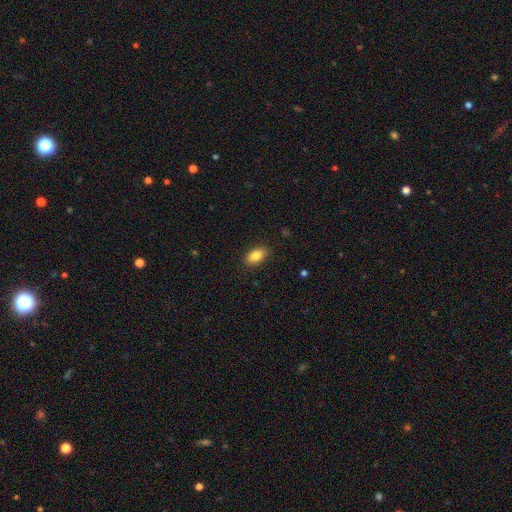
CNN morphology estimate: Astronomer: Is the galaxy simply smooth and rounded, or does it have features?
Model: smooth — 85%.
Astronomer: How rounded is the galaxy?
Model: in between — 90%.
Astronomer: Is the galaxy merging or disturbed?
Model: none — 87%.